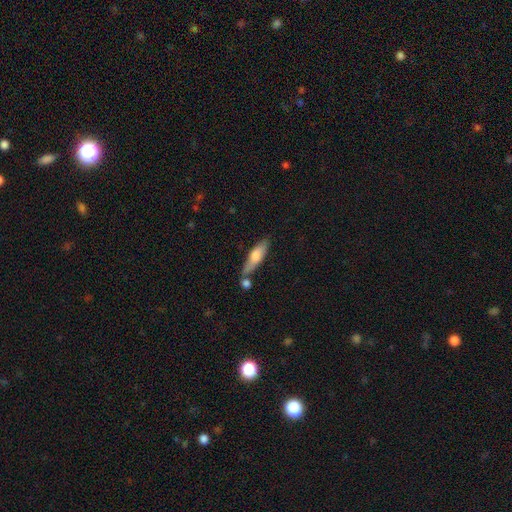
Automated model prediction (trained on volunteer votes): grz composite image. It shows a smooth galaxy with no disk features (64%) that is cigar-shaped (65%). Merging: none (62%).